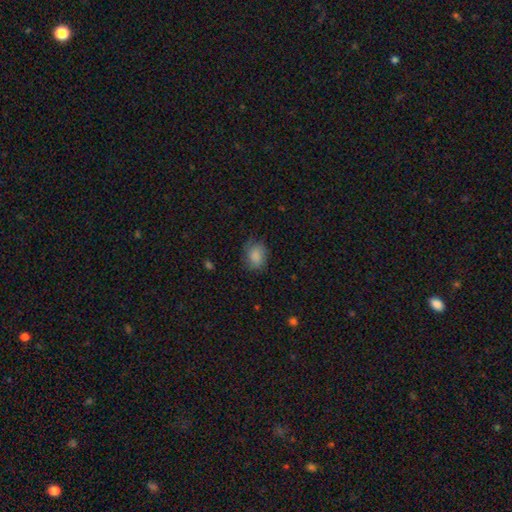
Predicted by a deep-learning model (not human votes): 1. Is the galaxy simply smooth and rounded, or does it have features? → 85% smooth, 8% star or artifact, 7% featured or disk.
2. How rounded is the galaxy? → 56% in between, 42% round, 1% cigar-shaped.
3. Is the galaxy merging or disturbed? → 69% none, 23% minor disturbance, 7% major disturbance, 1% merger.